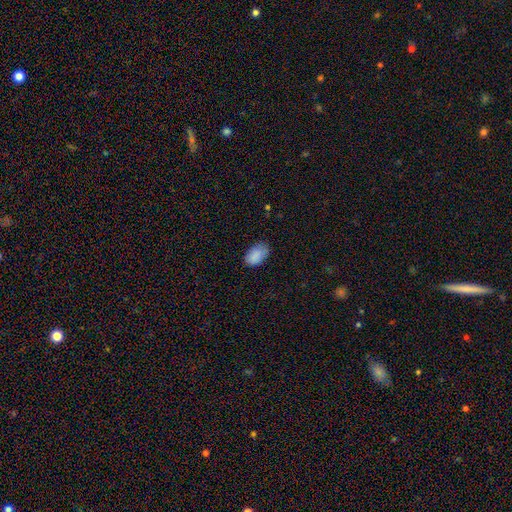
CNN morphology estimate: The model was most divided on "merging": none: 74%, minor disturbance: 21%, major disturbance: 4%, merger: 1%. More confident: how rounded — in between (92%); smooth or featured — smooth (88%).